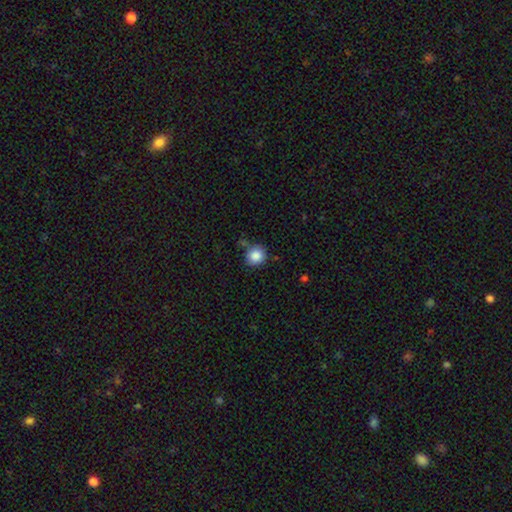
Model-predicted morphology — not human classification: smooth 87%, star or artifact 9%, featured or disk 4%. Down the decision tree: how rounded — round (87%); merging — none (77%).